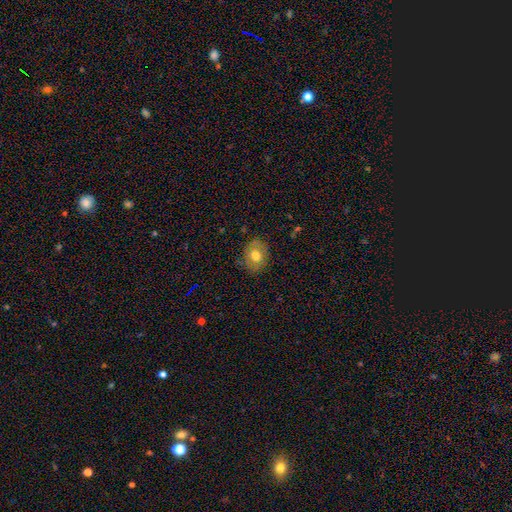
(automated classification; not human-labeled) Smooth or featured? smooth (73%)
How rounded? round (51%)
Merging? none (80%)